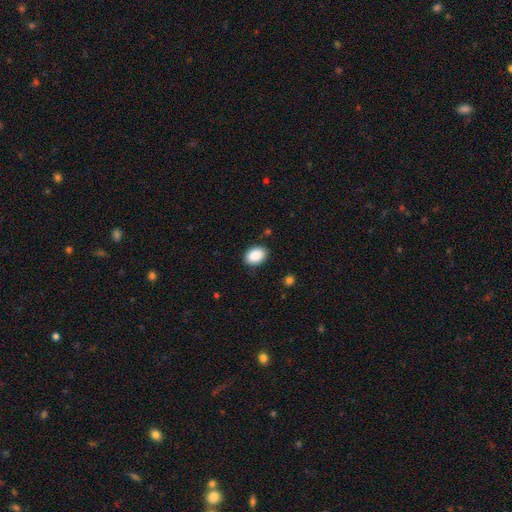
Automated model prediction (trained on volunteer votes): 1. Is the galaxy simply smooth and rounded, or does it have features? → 89% smooth, 8% star or artifact, 4% featured or disk.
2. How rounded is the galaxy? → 78% in between, 21% round, 1% cigar-shaped.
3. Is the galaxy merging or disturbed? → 87% none, 9% minor disturbance, 2% major disturbance, 1% merger.